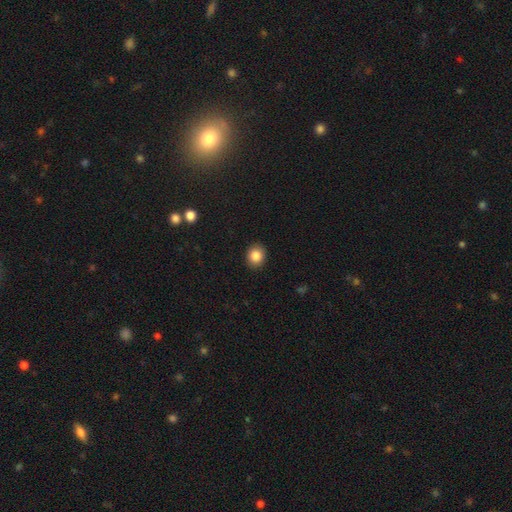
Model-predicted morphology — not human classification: This is clearly a smooth galaxy (86%). How rounded: likely round (72%). Merging: clearly none (91%).